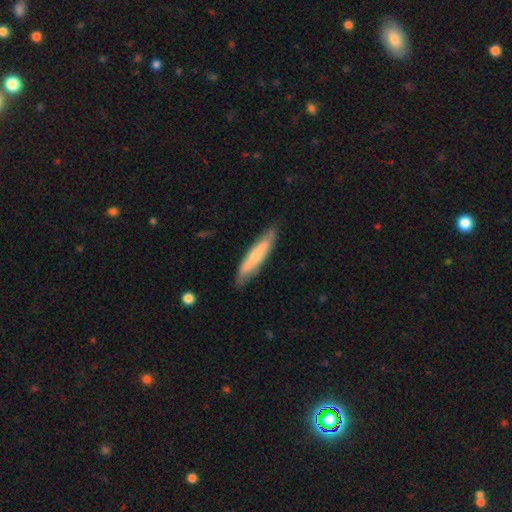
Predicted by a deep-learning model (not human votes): A smooth galaxy with no disk features (60%) that is cigar-shaped (84%). Merging: none (81%).